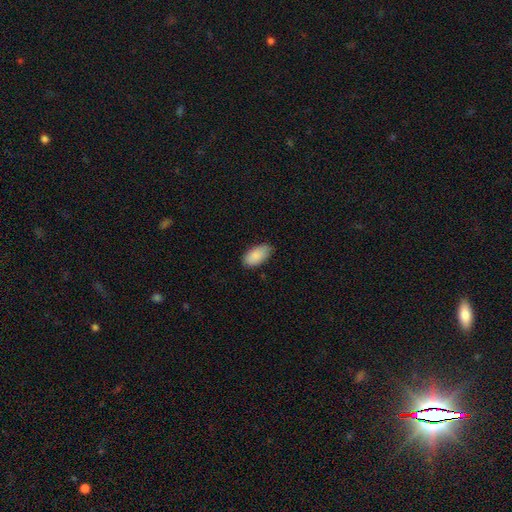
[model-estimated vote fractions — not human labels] smooth-or-featured: smooth: 88% | star or artifact: 6% | featured or disk: 6%
  how-rounded: in between: 95% | cigar-shaped: 2% | round: 2%
  merging: none: 78% | minor disturbance: 19% | major disturbance: 3% | merger: 1%